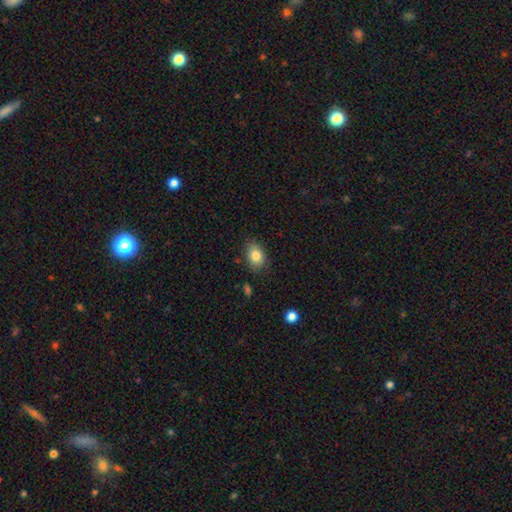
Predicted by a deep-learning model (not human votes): smooth 83%, star or artifact 9%, featured or disk 9%. Down the decision tree: how rounded — in between (74%); merging — none (79%).